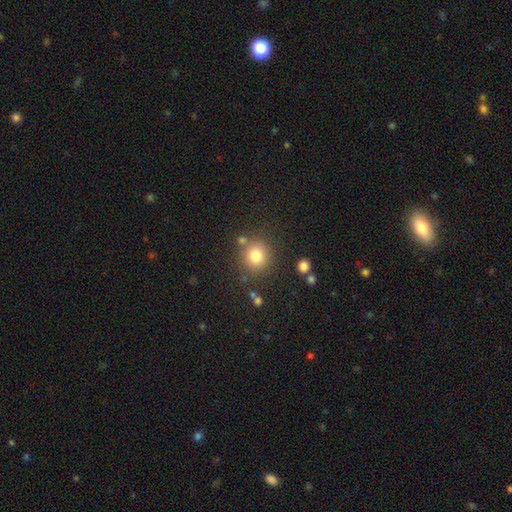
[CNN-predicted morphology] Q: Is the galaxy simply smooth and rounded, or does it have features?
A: smooth — 80%.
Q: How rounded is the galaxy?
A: round — 89%.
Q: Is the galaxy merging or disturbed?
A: none — 79%.